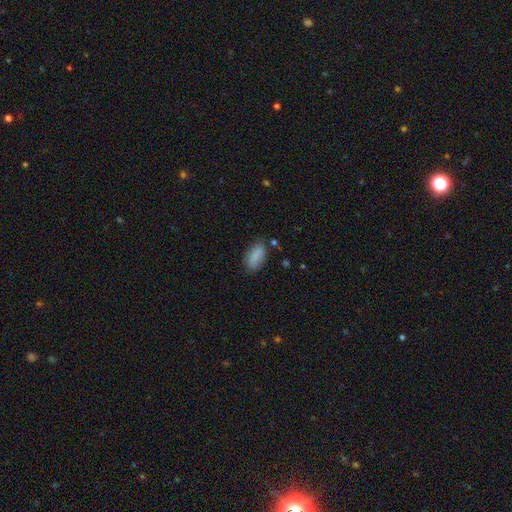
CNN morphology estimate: Smooth or featured?
  - smooth: 86% *
  - star or artifact: 8%
  - featured or disk: 6%
How rounded?
  - in between: 89% *
  - cigar-shaped: 8%
  - round: 3%
Merging?
  - none: 72% *
  - minor disturbance: 20%
  - major disturbance: 5%
  - merger: 3%